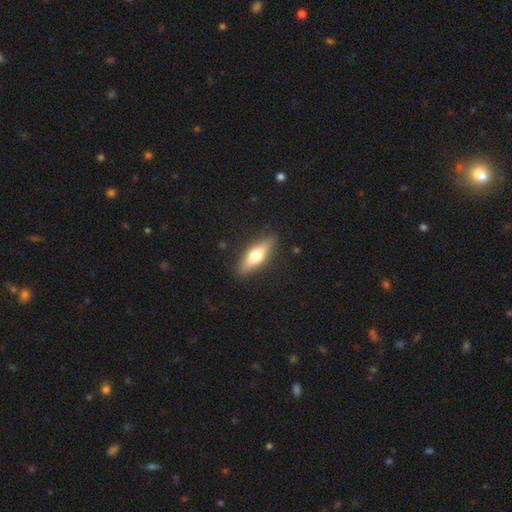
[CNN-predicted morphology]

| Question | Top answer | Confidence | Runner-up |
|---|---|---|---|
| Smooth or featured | smooth | 59% | featured or disk (35%) |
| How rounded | cigar-shaped | 51% | in between (46%) |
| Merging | none | 87% | minor disturbance (9%) |